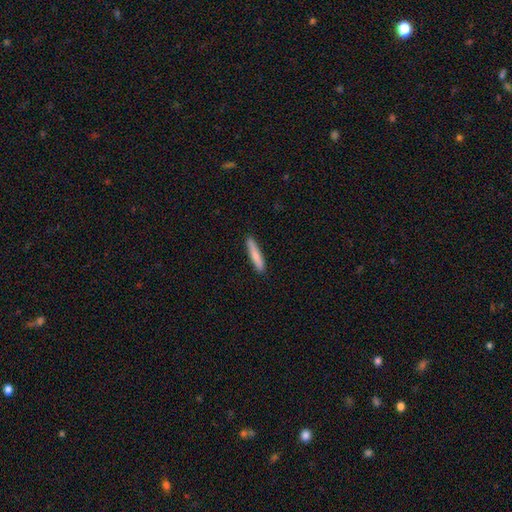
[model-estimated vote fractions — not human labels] The model was most divided on "smooth or featured": smooth: 80%, featured or disk: 14%, star or artifact: 5%. More confident: how rounded — cigar-shaped (91%); merging — none (89%).